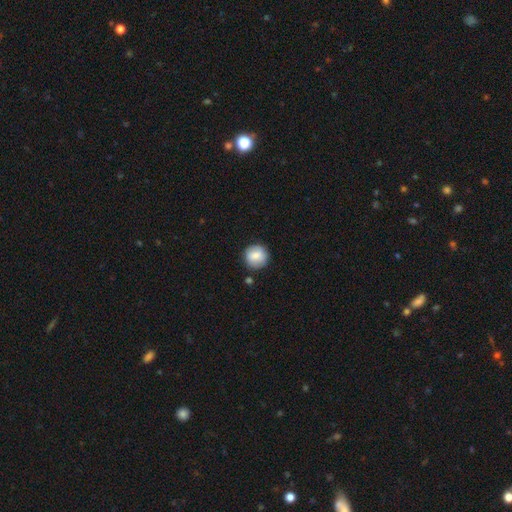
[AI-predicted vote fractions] This appears to be a smooth galaxy with no disk features (80%) that is round (93%). Merging: none (85%).